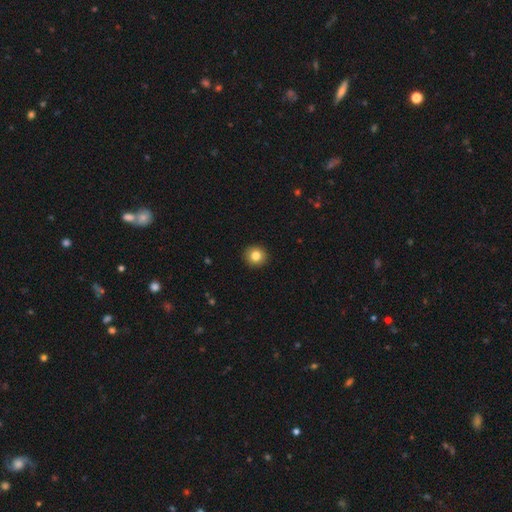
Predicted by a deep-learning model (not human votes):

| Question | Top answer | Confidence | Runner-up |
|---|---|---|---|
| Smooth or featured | smooth | 82% | star or artifact (10%) |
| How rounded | round | 91% | in between (8%) |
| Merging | none | 93% | minor disturbance (5%) |